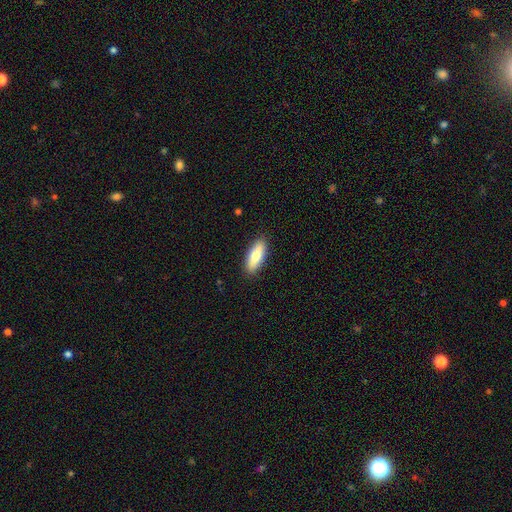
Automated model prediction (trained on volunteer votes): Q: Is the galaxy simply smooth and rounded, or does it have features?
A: smooth — 75%.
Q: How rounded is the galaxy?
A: in between — 61%.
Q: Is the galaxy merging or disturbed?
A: none — 89%.